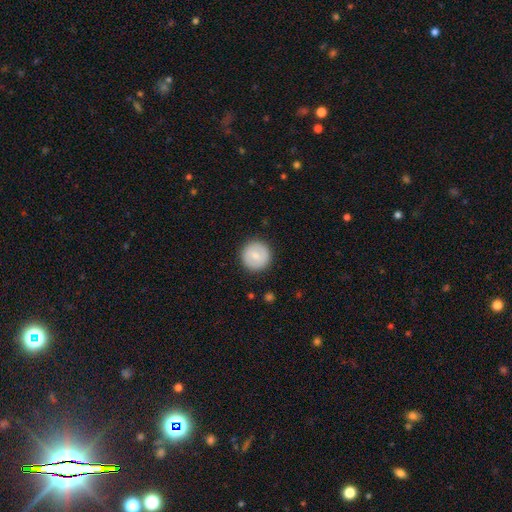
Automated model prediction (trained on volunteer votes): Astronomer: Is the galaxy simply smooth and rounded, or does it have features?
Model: smooth — 71%.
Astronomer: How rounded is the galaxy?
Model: round — 95%.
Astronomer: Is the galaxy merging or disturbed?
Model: none — 91%.